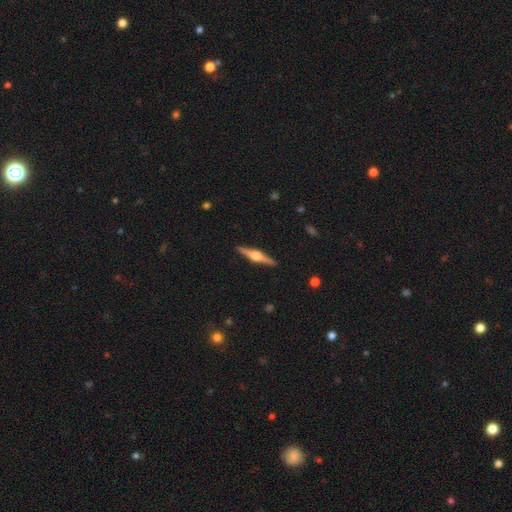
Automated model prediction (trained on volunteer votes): This is clearly a featured or disk galaxy (81%). It is clearly viewed edge-on (98%). Edge-on bulge: clearly rounded (93%). Merging: clearly none (92%).